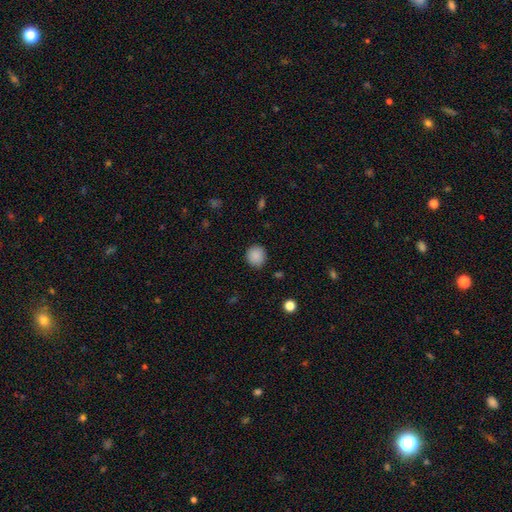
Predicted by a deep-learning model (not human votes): Q: Smooth or featured?
A: smooth (88%); runner-up: star or artifact (9%)
Q: How rounded?
A: round (85%); runner-up: in between (14%)
Q: Merging?
A: none (87%); runner-up: minor disturbance (9%)